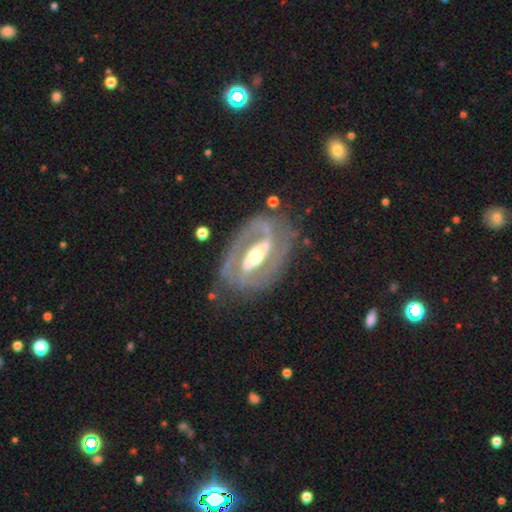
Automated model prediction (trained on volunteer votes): Q: Smooth or featured?
A: featured or disk (85%); runner-up: smooth (10%)
Q: Edge-on disk?
A: no (93%); runner-up: yes (7%)
Q: Bar?
A: strong (59%); runner-up: weak (24%)
Q: Spiral arms?
A: yes (76%); runner-up: no (24%)
Q: Spiral winding?
A: tight (42%); runner-up: medium (41%)
Q: Spiral arm count?
A: 2 (80%); runner-up: can't tell (9%)
Q: Bulge size?
A: moderate (67%); runner-up: small (17%)
Q: Merging?
A: none (70%); runner-up: minor disturbance (17%)